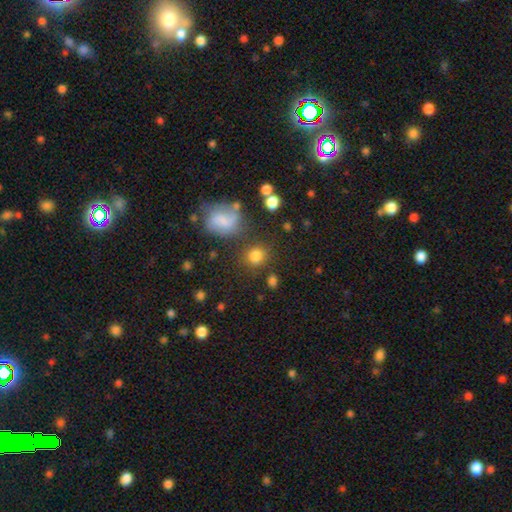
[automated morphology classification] Smooth or featured? Predicted: smooth (p=0.81). How rounded? Predicted: round (p=0.82). Merging? Predicted: none (p=0.77).